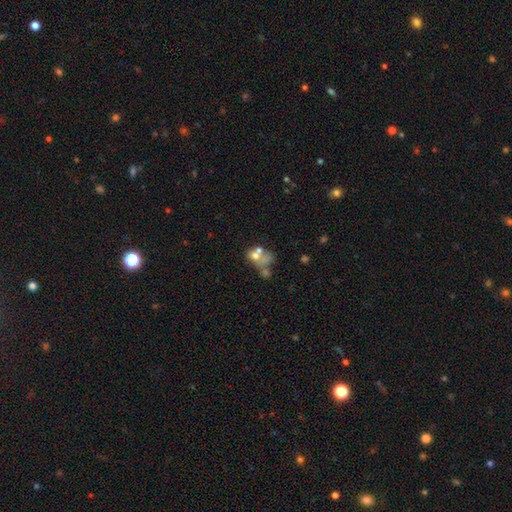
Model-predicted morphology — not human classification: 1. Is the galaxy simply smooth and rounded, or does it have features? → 51% smooth, 34% featured or disk, 15% star or artifact.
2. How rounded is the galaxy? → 52% in between, 46% round, 2% cigar-shaped.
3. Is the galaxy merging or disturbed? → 55% merger, 22% none, 14% major disturbance, 9% minor disturbance.